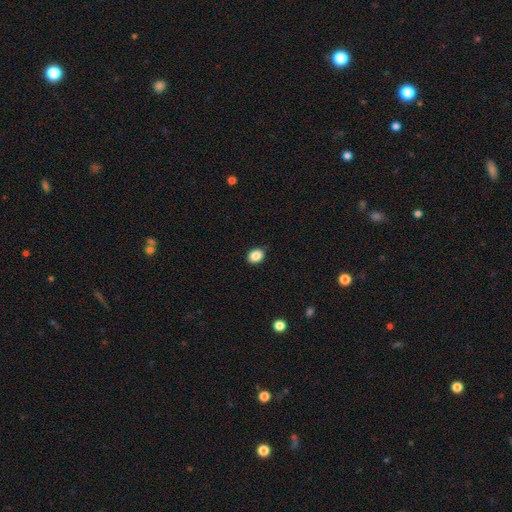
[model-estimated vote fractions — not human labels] This appears to be a smooth galaxy with no disk features (87%) that is in between round and cigar-shaped (54%). Merging: none (86%).